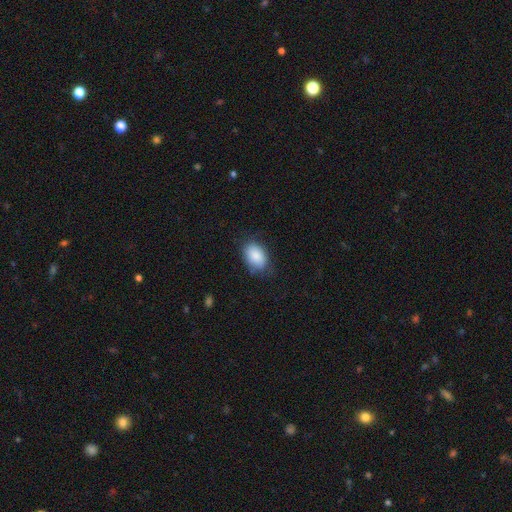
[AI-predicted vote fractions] Smooth or featured?
  - smooth: 87% *
  - star or artifact: 7%
  - featured or disk: 6%
How rounded?
  - in between: 84% *
  - round: 15%
  - cigar-shaped: 1%
Merging?
  - none: 74% *
  - minor disturbance: 20%
  - major disturbance: 5%
  - merger: 1%